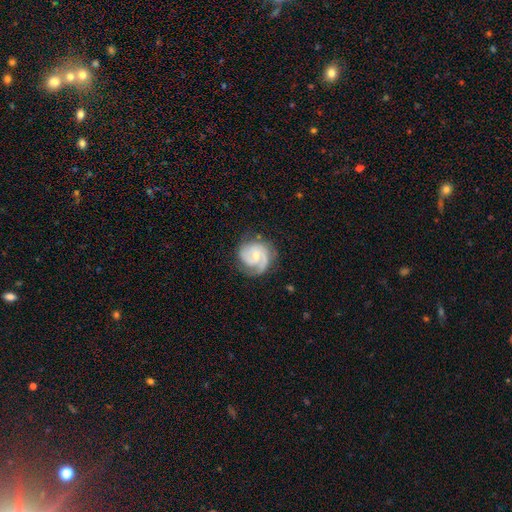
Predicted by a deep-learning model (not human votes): featured or disk 81%, smooth 14%, star or artifact 6%. Down the decision tree: edge-on disk — no (98%); bar — no (56%); spiral arms — yes (96%); spiral arm count — 2 (51%); spiral winding — tight (51%); bulge size — small (59%); merging — none (69%).